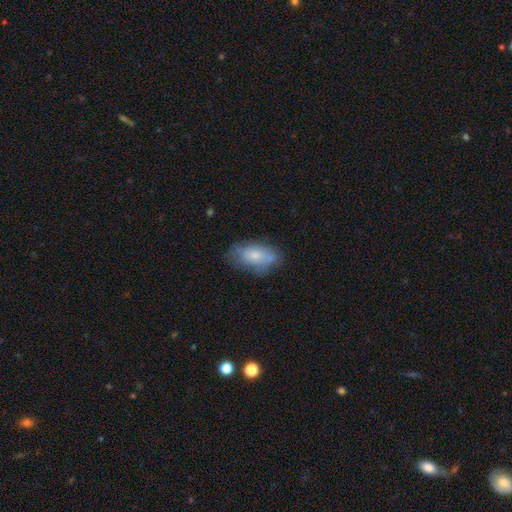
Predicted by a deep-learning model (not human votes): Smooth or featured?
  - smooth: 64% *
  - featured or disk: 29%
  - star or artifact: 7%
How rounded?
  - in between: 91% *
  - cigar-shaped: 5%
  - round: 4%
Merging?
  - none: 59% *
  - minor disturbance: 28%
  - major disturbance: 10%
  - merger: 4%